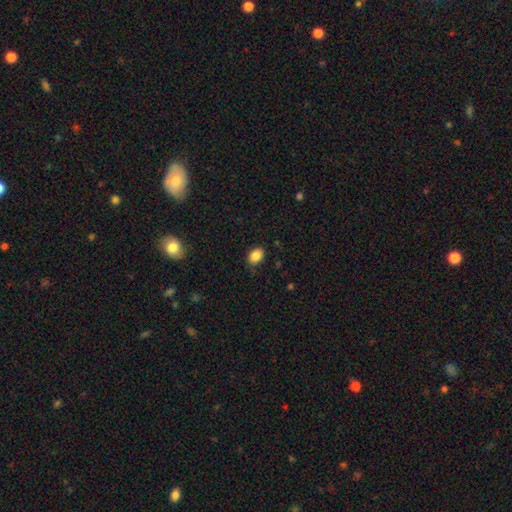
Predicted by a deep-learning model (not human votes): A smooth galaxy with no disk features (85%) that is in between round and cigar-shaped (76%). Merging: none (81%).